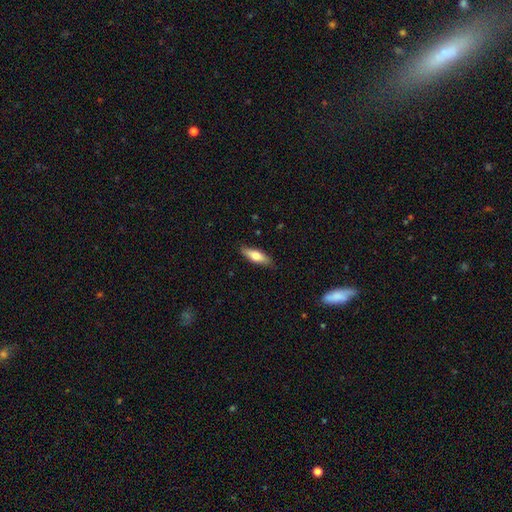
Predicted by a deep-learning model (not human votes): A smooth galaxy with no disk features (65%) that is in between round and cigar-shaped (53%).

Vote fractions:
- Smooth or featured? smooth: 65% / featured or disk: 29% / star or artifact: 6%
- How rounded? in between: 53% / cigar-shaped: 44% / round: 2%
- Merging? none: 84% / minor disturbance: 12% / major disturbance: 2% / merger: 1%